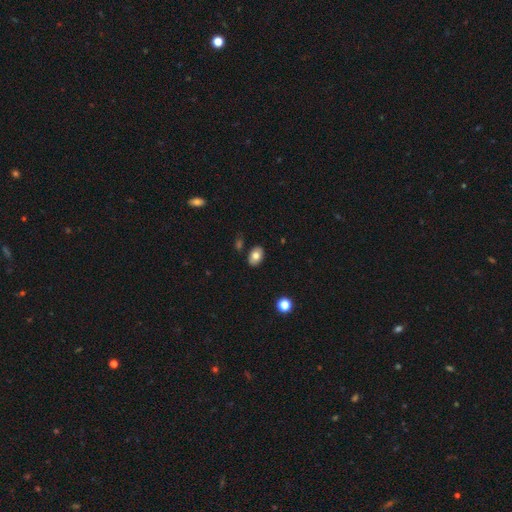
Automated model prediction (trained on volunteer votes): smooth-or-featured: smooth: 78% | featured or disk: 14% | star or artifact: 8%
  how-rounded: in between: 86% | round: 13% | cigar-shaped: 1%
  merging: none: 86% | minor disturbance: 9% | merger: 2% | major disturbance: 2%